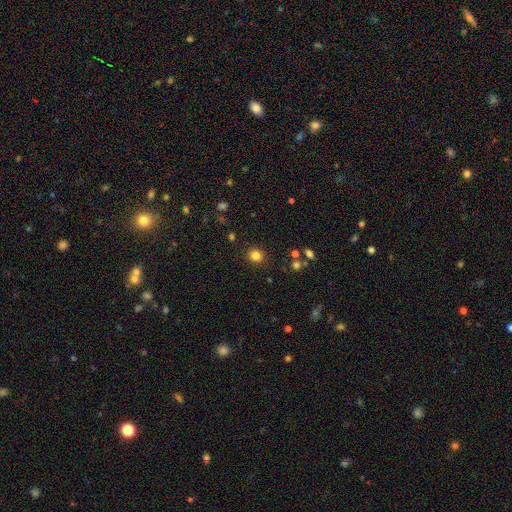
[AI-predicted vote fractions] Q: Smooth or featured?
A: smooth (82%); runner-up: star or artifact (13%)
Q: How rounded?
A: round (80%); runner-up: in between (19%)
Q: Merging?
A: none (89%); runner-up: minor disturbance (7%)